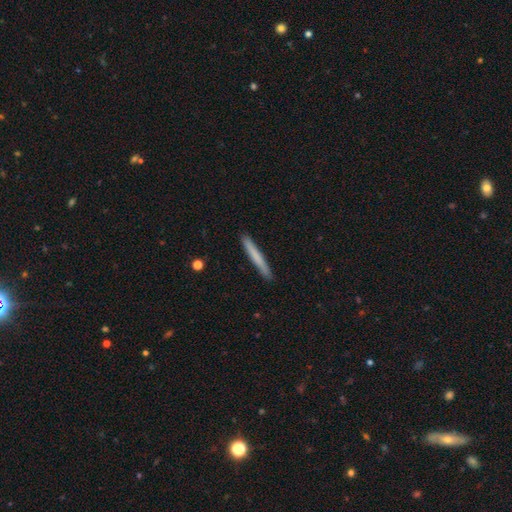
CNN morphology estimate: smooth_or_featured: smooth (p=0.71) [alt: featured or disk p=0.24]
how_rounded: cigar-shaped (p=0.97) [alt: in between p=0.02]
merging: none (p=0.91) [alt: minor disturbance p=0.07]